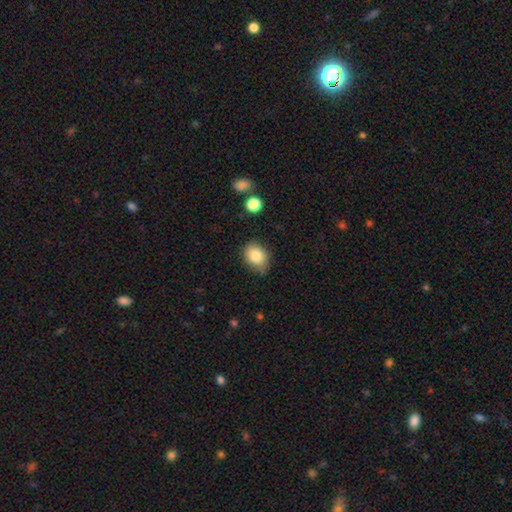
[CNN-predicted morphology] type=smooth (84%); roundness=in between (63%); merging=none (70%).